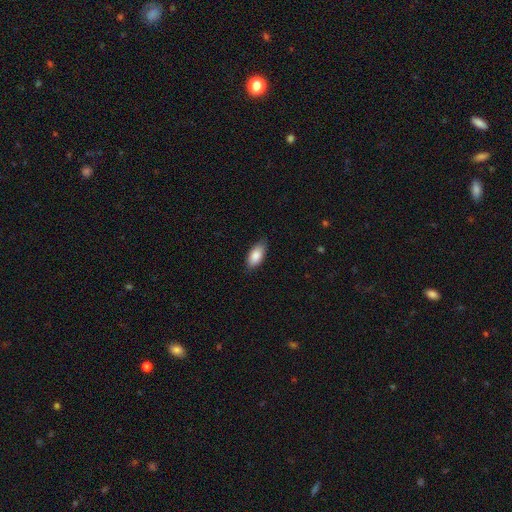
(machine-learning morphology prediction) smooth_or_featured: smooth (p=0.86) [alt: featured or disk p=0.08]
how_rounded: in between (p=0.90) [alt: cigar-shaped p=0.08]
merging: none (p=0.81) [alt: minor disturbance p=0.16]